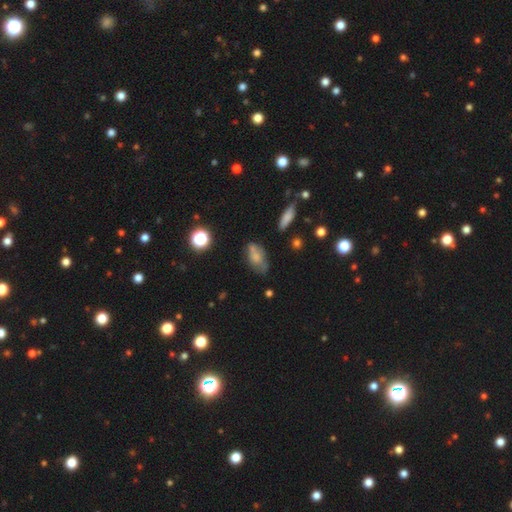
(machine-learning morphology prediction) Smooth or featured? Predicted: smooth (p=0.63). How rounded? Predicted: in between (p=0.85). Merging? Predicted: none (p=0.50).